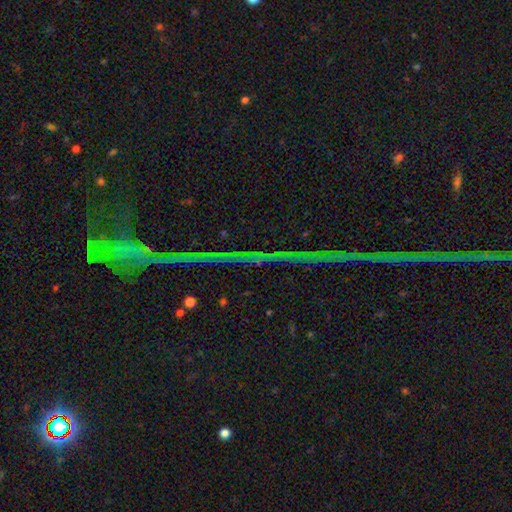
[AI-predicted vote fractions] smooth-or-featured: star or artifact: 88% | featured or disk: 7% | smooth: 6%